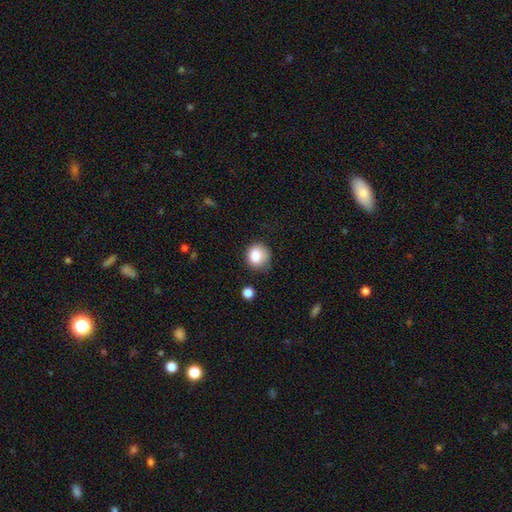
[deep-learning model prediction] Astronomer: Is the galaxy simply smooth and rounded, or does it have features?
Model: smooth — 84%.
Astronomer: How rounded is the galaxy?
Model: round — 81%.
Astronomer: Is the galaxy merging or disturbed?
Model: none — 66%.